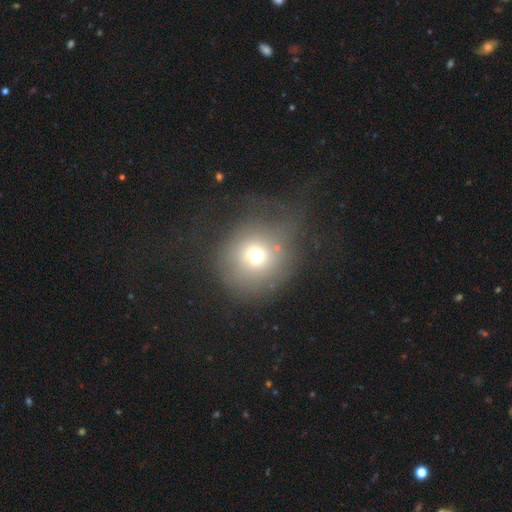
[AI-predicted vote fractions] A smooth galaxy with no disk features (66%) that is round (90%). Merging: none (52%).